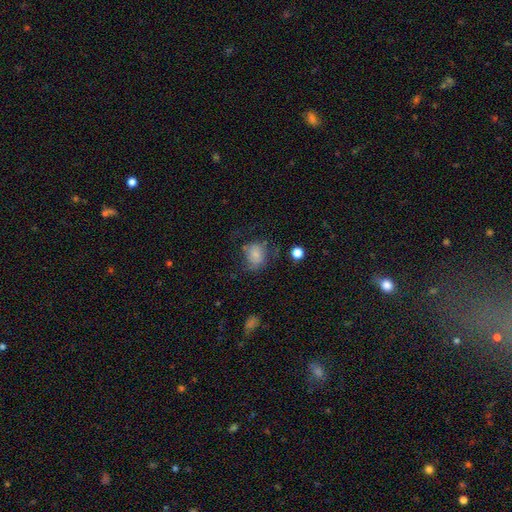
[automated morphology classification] A smooth galaxy with no disk features (74%) that is round (62%). Merging: none (51%).